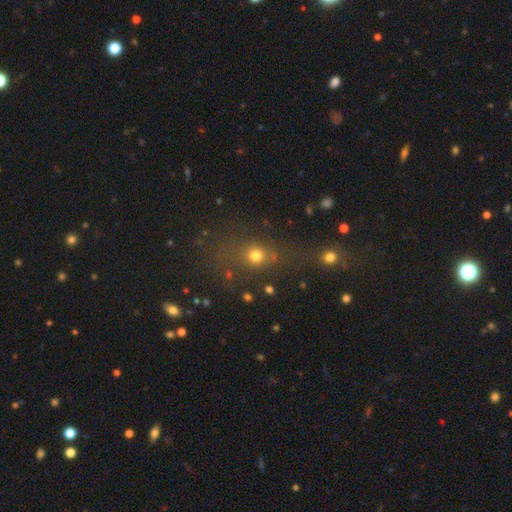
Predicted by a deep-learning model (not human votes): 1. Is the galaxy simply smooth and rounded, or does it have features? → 69% smooth, 20% star or artifact, 12% featured or disk.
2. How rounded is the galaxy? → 63% round, 32% in between, 5% cigar-shaped.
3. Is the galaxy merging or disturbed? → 62% none, 15% minor disturbance, 13% major disturbance, 11% merger.